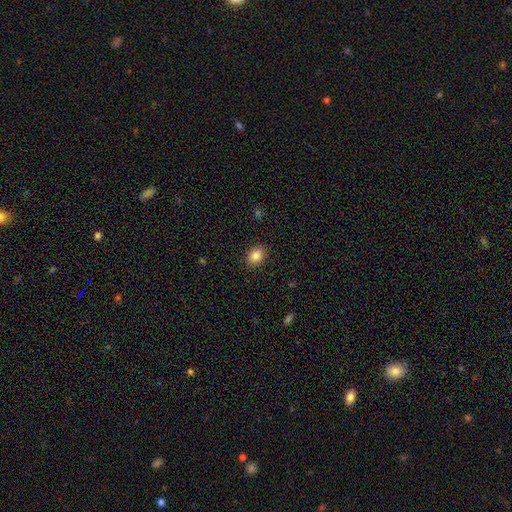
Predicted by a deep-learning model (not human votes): A smooth galaxy with no disk features (85%) that is in between round and cigar-shaped (60%).

Vote fractions:
- Smooth or featured? smooth: 85% / star or artifact: 9% / featured or disk: 5%
- How rounded? in between: 60% / round: 39% / cigar-shaped: 1%
- Merging? none: 89% / minor disturbance: 8% / major disturbance: 2% / merger: 1%